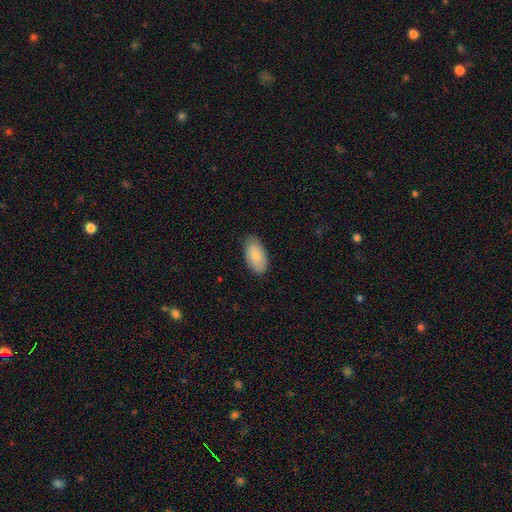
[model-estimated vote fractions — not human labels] This is clearly a smooth galaxy (80%). How rounded: clearly in between (95%). Merging: clearly none (80%).